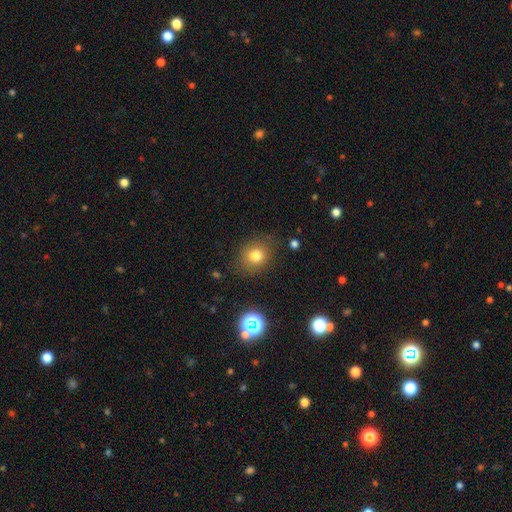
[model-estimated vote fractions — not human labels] smooth-or-featured: smooth: 78% | star or artifact: 14% | featured or disk: 8%
  how-rounded: round: 69% | in between: 30% | cigar-shaped: 1%
  merging: none: 80% | minor disturbance: 13% | major disturbance: 5% | merger: 2%